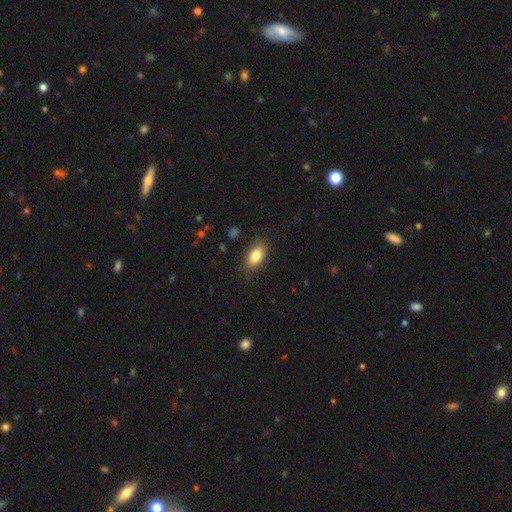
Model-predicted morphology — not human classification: smooth 83%, featured or disk 9%, star or artifact 7%. Down the decision tree: how rounded — in between (89%); merging — none (83%).